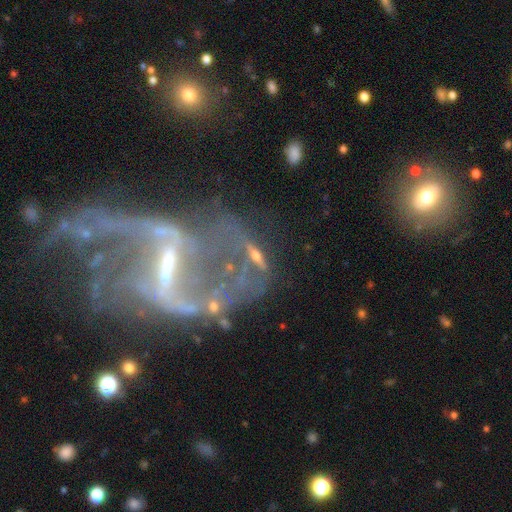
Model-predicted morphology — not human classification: This is likely a featured or disk galaxy (67%). It is clearly not viewed edge-on (84%). Bar: marginally strong (38%). Spiral arm pattern: possibly yes (52%). Central bulge: marginally small (33%). Merging: marginally none (34%).